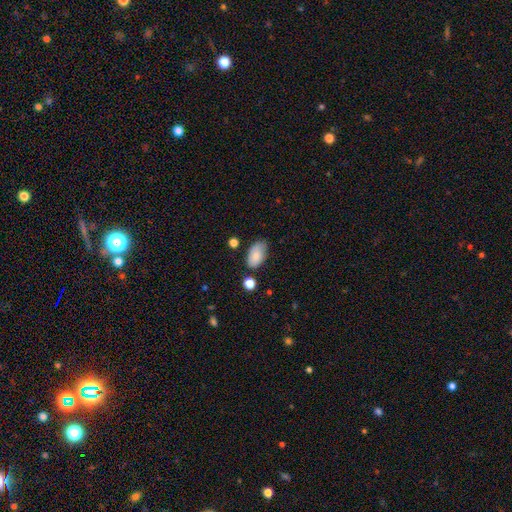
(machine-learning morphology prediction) This is clearly a smooth galaxy (82%). How rounded: clearly in between (93%). Merging: likely none (67%).